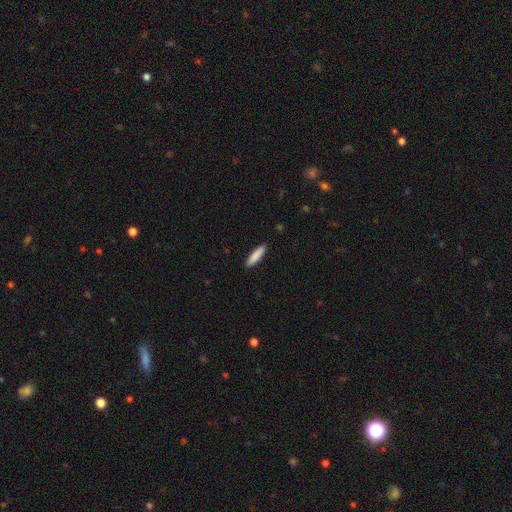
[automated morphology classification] smooth 87%, featured or disk 7%, star or artifact 5%. Down the decision tree: how rounded — cigar-shaped (74%); merging — none (91%).